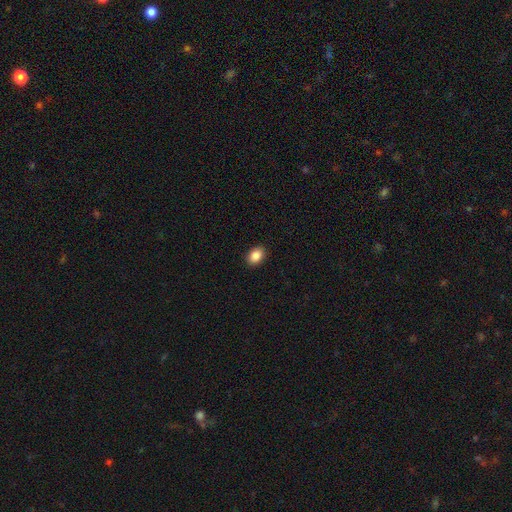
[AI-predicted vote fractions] A smooth galaxy with no disk features (88%) that is in between round and cigar-shaped (81%).

Vote fractions:
- Smooth or featured? smooth: 88% / star or artifact: 8% / featured or disk: 4%
- How rounded? in between: 81% / round: 18% / cigar-shaped: 1%
- Merging? none: 91% / minor disturbance: 6% / major disturbance: 2% / merger: 1%